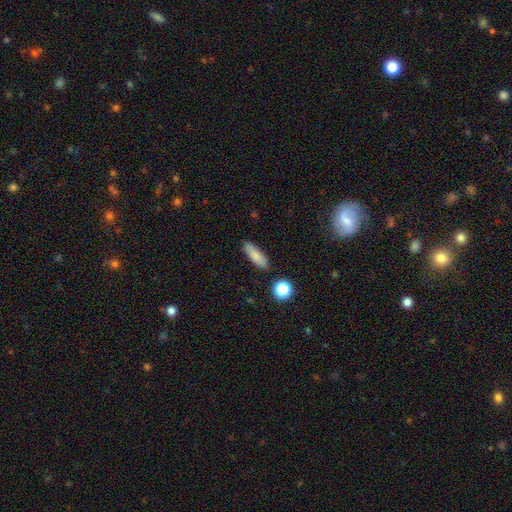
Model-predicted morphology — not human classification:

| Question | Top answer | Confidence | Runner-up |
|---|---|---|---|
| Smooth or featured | smooth | 81% | featured or disk (10%) |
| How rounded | in between | 49% | cigar-shaped (47%) |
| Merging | none | 85% | minor disturbance (10%) |